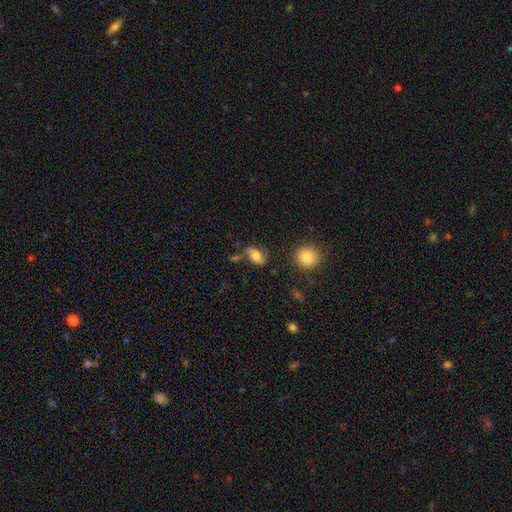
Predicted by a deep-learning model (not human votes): smooth_or_featured: smooth (p=0.74) [alt: featured or disk p=0.16]
how_rounded: in between (p=0.88) [alt: round p=0.09]
merging: none (p=0.60) [alt: minor disturbance p=0.21]